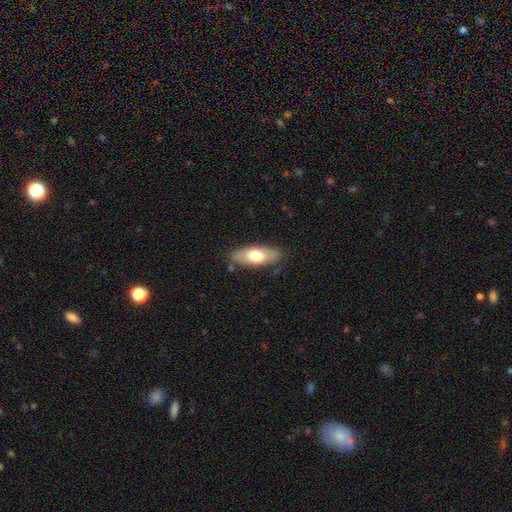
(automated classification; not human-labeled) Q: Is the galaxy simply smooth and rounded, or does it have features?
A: smooth — 68%.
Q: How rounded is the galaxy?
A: in between — 75%.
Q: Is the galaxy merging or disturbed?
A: none — 81%.